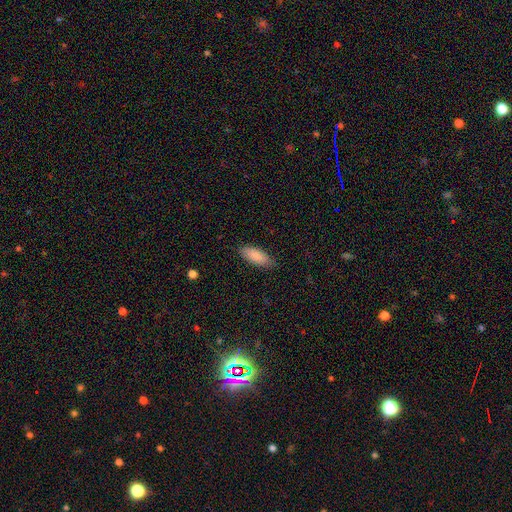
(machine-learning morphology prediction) smooth-or-featured: smooth: 87% | featured or disk: 7% | star or artifact: 6%
  how-rounded: in between: 78% | cigar-shaped: 20% | round: 2%
  merging: none: 83% | minor disturbance: 13% | major disturbance: 2% | merger: 1%